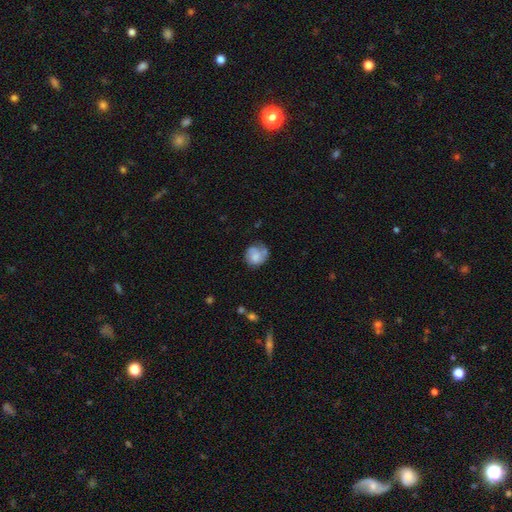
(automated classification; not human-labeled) smooth 52%, featured or disk 40%, star or artifact 8%. Down the decision tree: how rounded — round (77%); merging — none (52%).